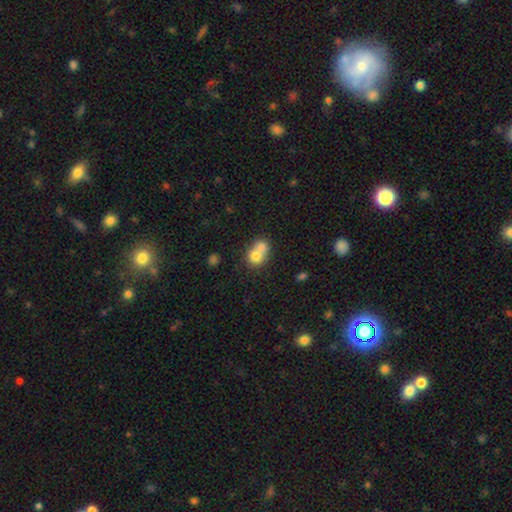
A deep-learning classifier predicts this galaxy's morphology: Smooth or featured?
  - smooth: 72% *
  - featured or disk: 19%
  - star or artifact: 9%
How rounded?
  - round: 69% *
  - in between: 30%
  - cigar-shaped: 1%
Merging?
  - merger: 70% *
  - none: 23%
  - minor disturbance: 5%
  - major disturbance: 2%